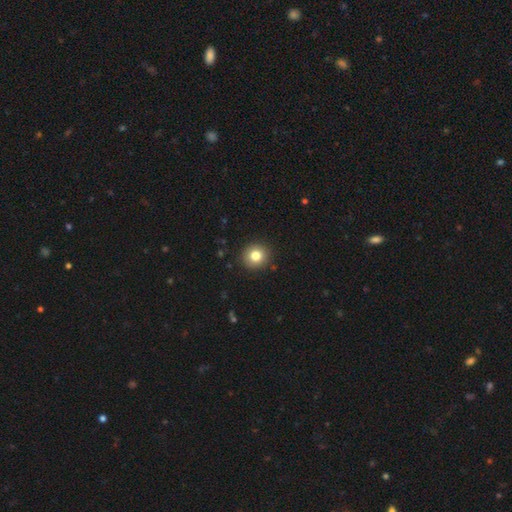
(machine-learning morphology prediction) A smooth galaxy with no disk features (81%) that is round (92%). Merging: none (91%).